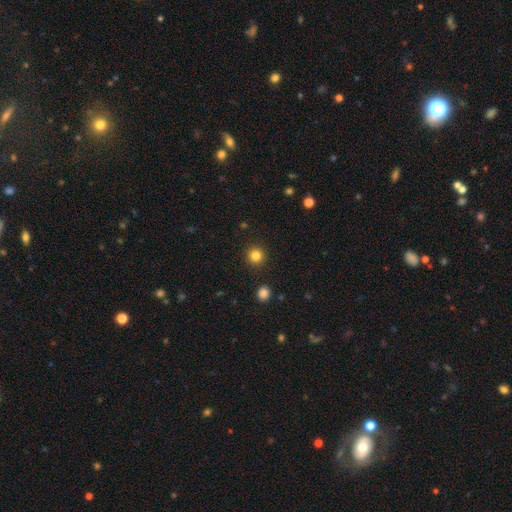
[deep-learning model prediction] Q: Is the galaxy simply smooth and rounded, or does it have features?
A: smooth — 84%.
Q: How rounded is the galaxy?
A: round — 95%.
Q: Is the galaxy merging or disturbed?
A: none — 92%.